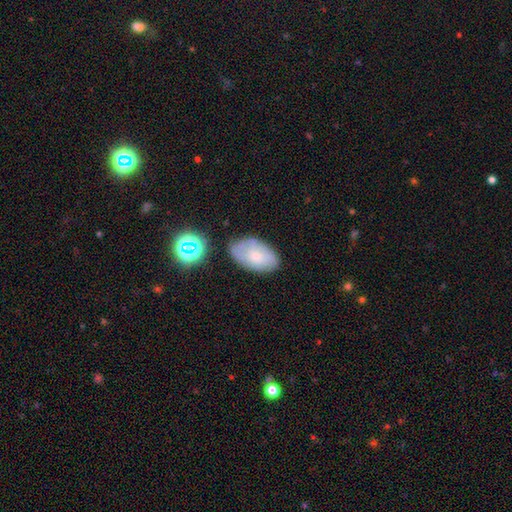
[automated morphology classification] Q: Smooth or featured?
A: smooth (57%); runner-up: featured or disk (32%)
Q: How rounded?
A: in between (92%); runner-up: round (6%)
Q: Merging?
A: none (67%); runner-up: minor disturbance (23%)